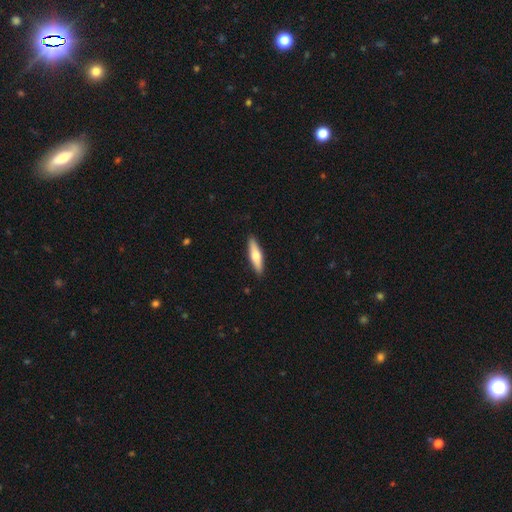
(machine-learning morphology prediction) type=smooth (57%); roundness=cigar-shaped (73%); merging=none (90%).